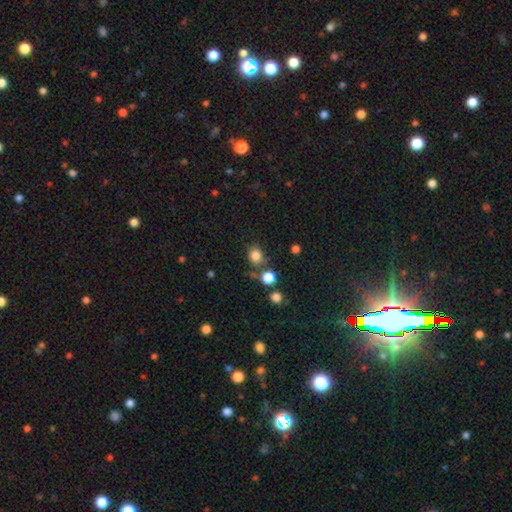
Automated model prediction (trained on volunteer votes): Q: Smooth or featured?
A: smooth (82%); runner-up: star or artifact (13%)
Q: How rounded?
A: round (67%); runner-up: in between (32%)
Q: Merging?
A: none (70%); runner-up: minor disturbance (14%)